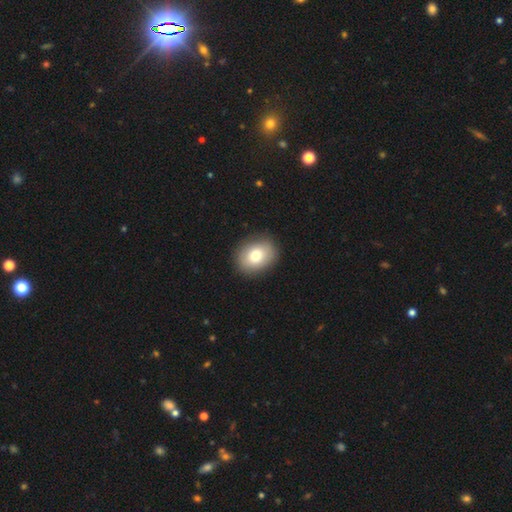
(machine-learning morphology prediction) Smooth or featured?
  - smooth: 77% *
  - featured or disk: 15%
  - star or artifact: 8%
How rounded?
  - in between: 51% *
  - round: 48%
  - cigar-shaped: 1%
Merging?
  - none: 88% *
  - minor disturbance: 9%
  - major disturbance: 2%
  - merger: 1%